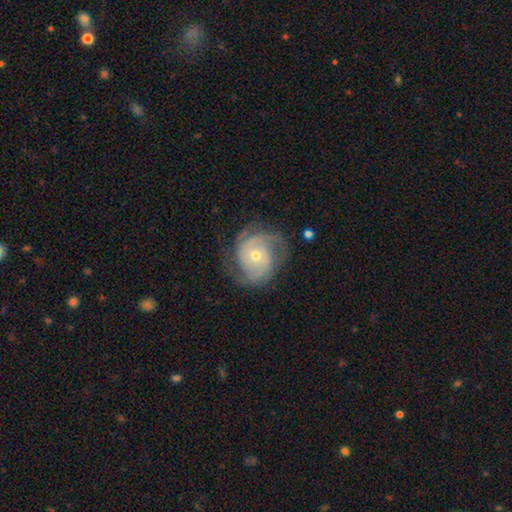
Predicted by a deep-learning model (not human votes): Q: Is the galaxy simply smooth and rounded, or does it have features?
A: featured or disk — 89%.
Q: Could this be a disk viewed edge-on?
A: no — 98%.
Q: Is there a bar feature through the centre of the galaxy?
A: no — 75%.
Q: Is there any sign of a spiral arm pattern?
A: yes — 97%.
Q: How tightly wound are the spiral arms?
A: tight — 58%.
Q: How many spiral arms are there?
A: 2 — 46%.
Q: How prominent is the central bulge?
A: small — 55%.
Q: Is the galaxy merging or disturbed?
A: none — 75%.